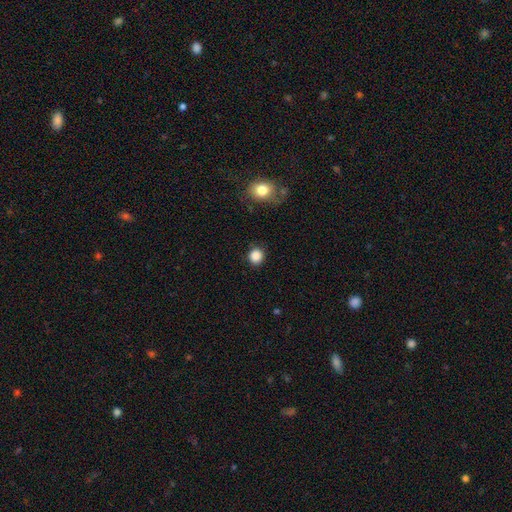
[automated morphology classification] smooth_or_featured: smooth (p=0.87) [alt: star or artifact p=0.10]
how_rounded: round (p=0.84) [alt: in between p=0.15]
merging: none (p=0.88) [alt: minor disturbance p=0.08]